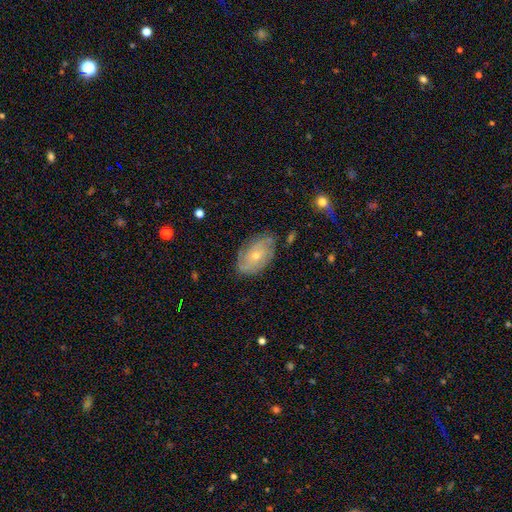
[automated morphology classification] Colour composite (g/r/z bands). It shows a featured or disk galaxy (67%) with no bar (79%), tight (63%) spiral arms (84%) and a small central bulge (60%). Merging: none (74%).